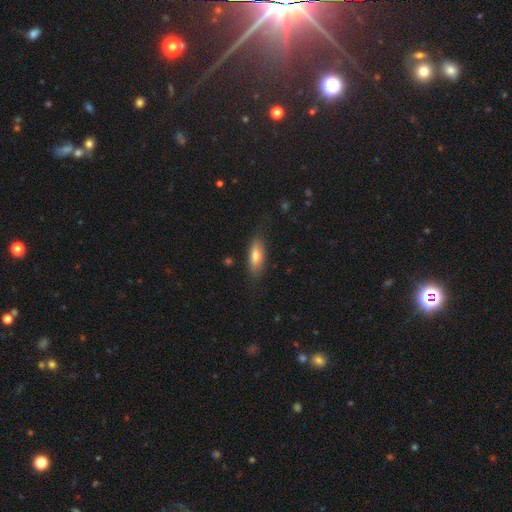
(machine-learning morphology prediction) Smooth or featured: smooth — 74% (featured or disk — 19%)
How rounded: in between — 65% (cigar-shaped — 32%)
Merging: none — 77% (minor disturbance — 17%)